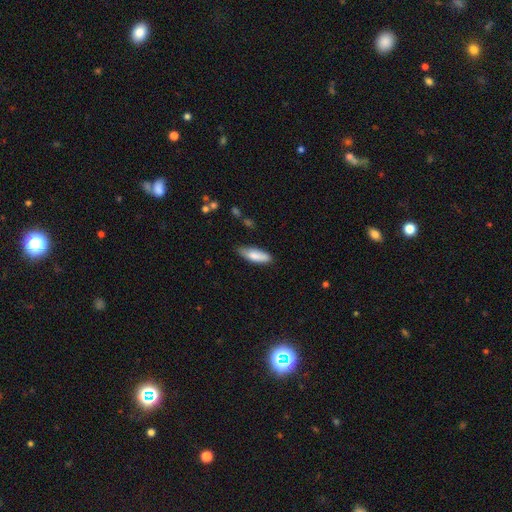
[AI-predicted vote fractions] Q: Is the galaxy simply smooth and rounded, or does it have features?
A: smooth — 82%.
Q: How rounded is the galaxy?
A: in between — 60%.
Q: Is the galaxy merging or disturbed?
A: none — 74%.